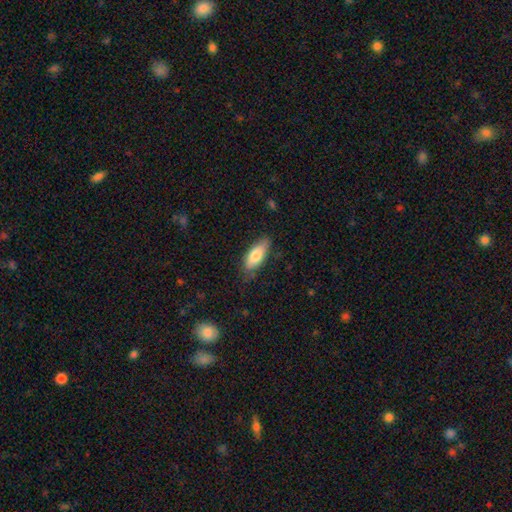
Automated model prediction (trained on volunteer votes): This appears to be a smooth galaxy with no disk features (76%) that is in between round and cigar-shaped (76%). Merging: none (75%).